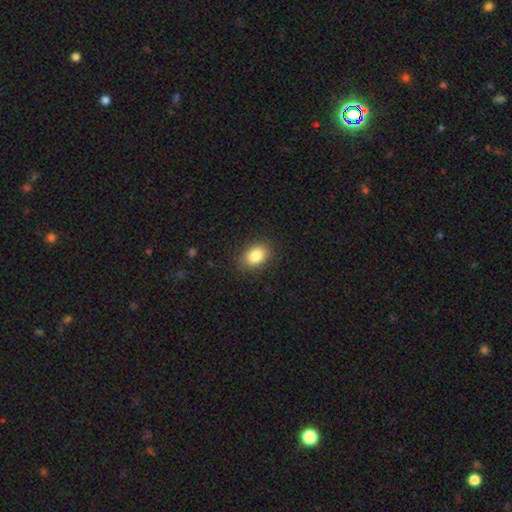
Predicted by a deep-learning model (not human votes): Smooth or featured: smooth — 85% (star or artifact — 9%)
How rounded: in between — 74% (round — 24%)
Merging: none — 87% (minor disturbance — 10%)